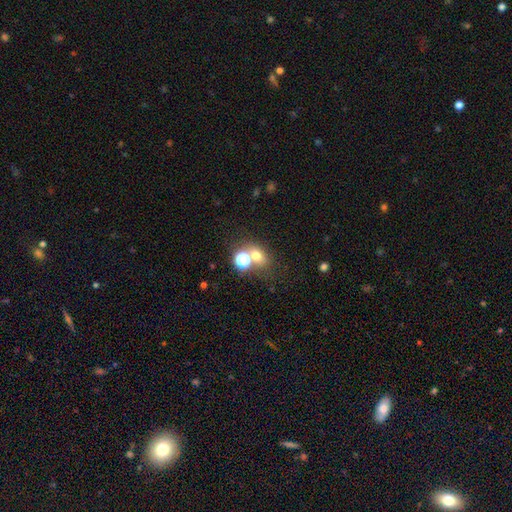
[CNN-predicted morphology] Q: Smooth or featured?
A: smooth (65%); runner-up: star or artifact (24%)
Q: How rounded?
A: round (54%); runner-up: in between (44%)
Q: Merging?
A: none (54%); runner-up: merger (31%)